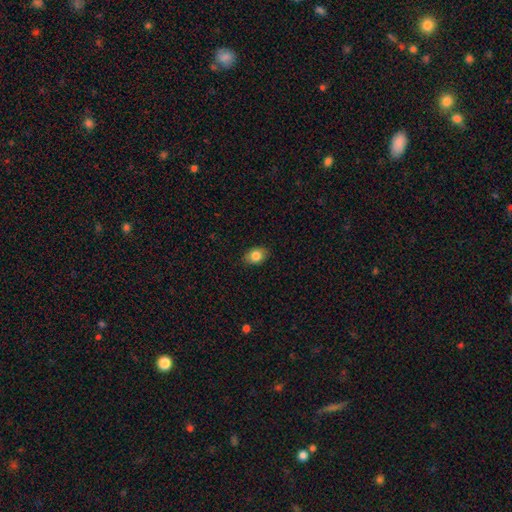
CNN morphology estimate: A smooth galaxy with no disk features (83%) that is in between round and cigar-shaped (76%).

Vote fractions:
- Smooth or featured? smooth: 83% / featured or disk: 9% / star or artifact: 8%
- How rounded? in between: 76% / round: 22% / cigar-shaped: 1%
- Merging? none: 86% / minor disturbance: 11% / major disturbance: 2% / merger: 1%